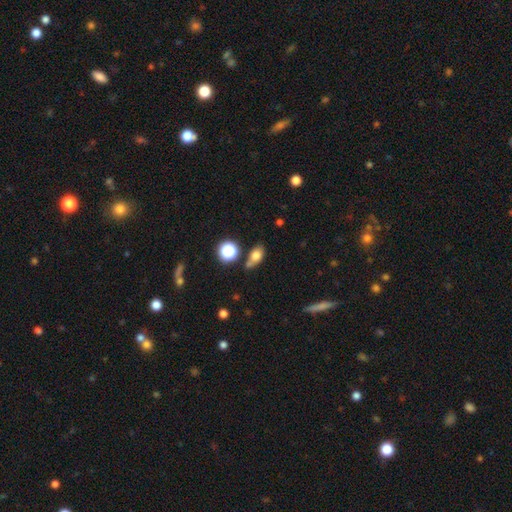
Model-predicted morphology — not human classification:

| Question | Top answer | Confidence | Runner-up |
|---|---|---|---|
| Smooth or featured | smooth | 74% | star or artifact (13%) |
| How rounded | in between | 75% | round (21%) |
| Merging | none | 61% | minor disturbance (19%) |